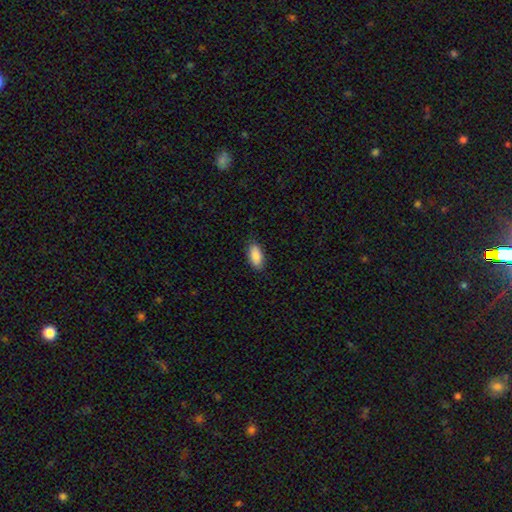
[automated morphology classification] Smooth or featured? Predicted: smooth (p=0.90). How rounded? Predicted: in between (p=0.91). Merging? Predicted: none (p=0.87).